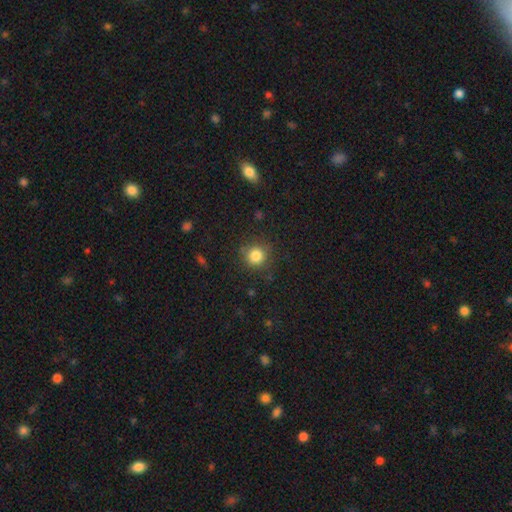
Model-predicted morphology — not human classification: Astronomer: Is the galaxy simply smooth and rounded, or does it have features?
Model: smooth — 83%.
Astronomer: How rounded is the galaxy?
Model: round — 92%.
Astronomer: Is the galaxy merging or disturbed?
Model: none — 85%.